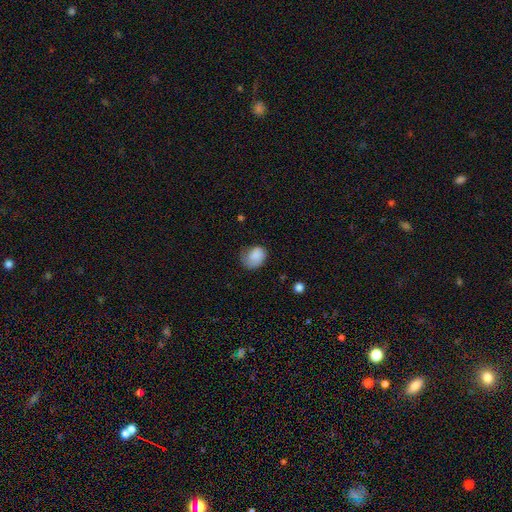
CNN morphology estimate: A smooth galaxy with no disk features (76%) that is in between round and cigar-shaped (58%).

Vote fractions:
- Smooth or featured? smooth: 76% / featured or disk: 17% / star or artifact: 7%
- How rounded? in between: 58% / round: 41% / cigar-shaped: 1%
- Merging? none: 47% / minor disturbance: 32% / major disturbance: 19% / merger: 2%